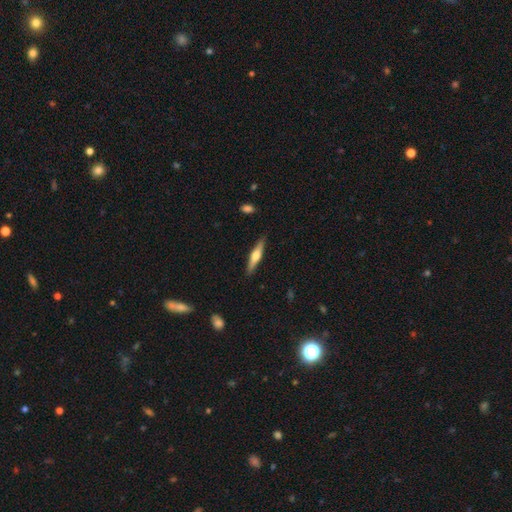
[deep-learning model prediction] Smooth or featured: featured or disk — 57% (smooth — 38%)
Edge-on disk: yes — 96% (no — 4%)
Edge-on bulge: rounded — 90% (boxy — 6%)
Merging: none — 89% (minor disturbance — 8%)